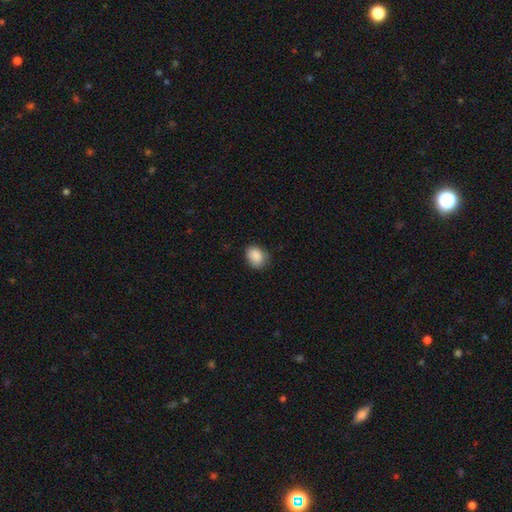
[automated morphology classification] A smooth galaxy with no disk features (88%) that is in between round and cigar-shaped (63%).

Vote fractions:
- Smooth or featured? smooth: 88% / star or artifact: 8% / featured or disk: 4%
- How rounded? in between: 63% / round: 36% / cigar-shaped: 1%
- Merging? none: 73% / minor disturbance: 22% / major disturbance: 4% / merger: 1%